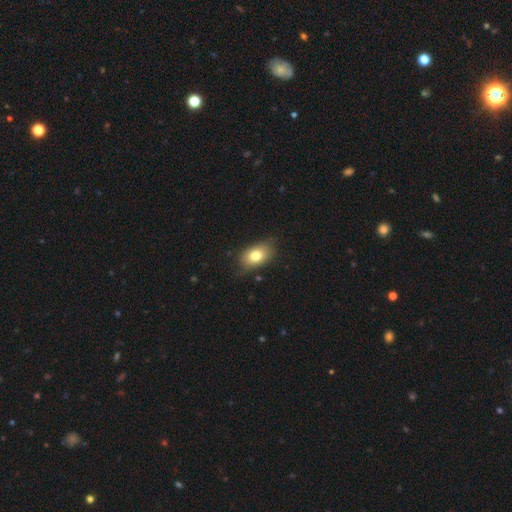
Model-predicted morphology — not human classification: smooth 78%, featured or disk 13%, star or artifact 9%. Down the decision tree: how rounded — in between (85%); merging — none (76%).